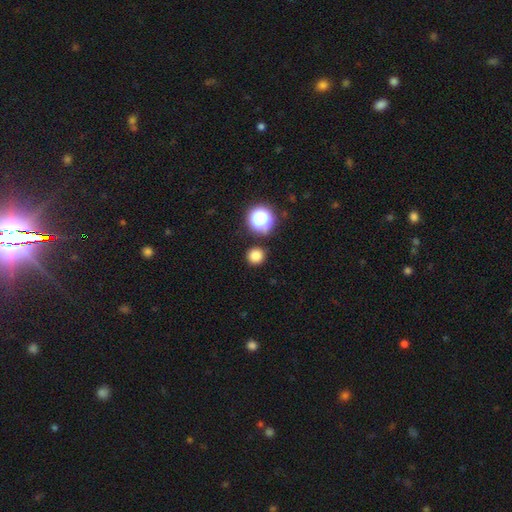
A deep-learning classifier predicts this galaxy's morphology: A smooth galaxy with no disk features (80%) that is round (93%). Merging: none (90%).